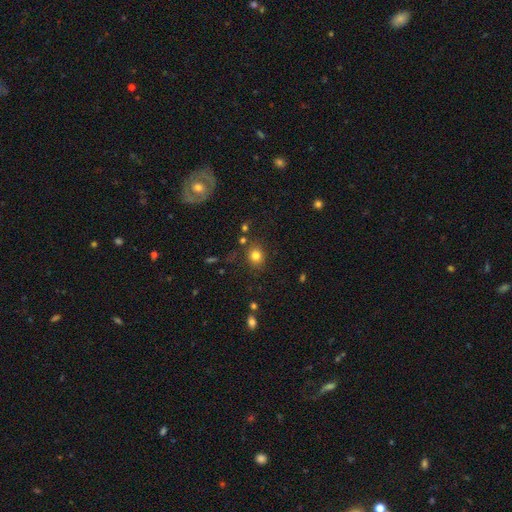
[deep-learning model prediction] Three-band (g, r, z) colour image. It shows a smooth galaxy with no disk features (79%) that is round (74%). Merging: none (82%).